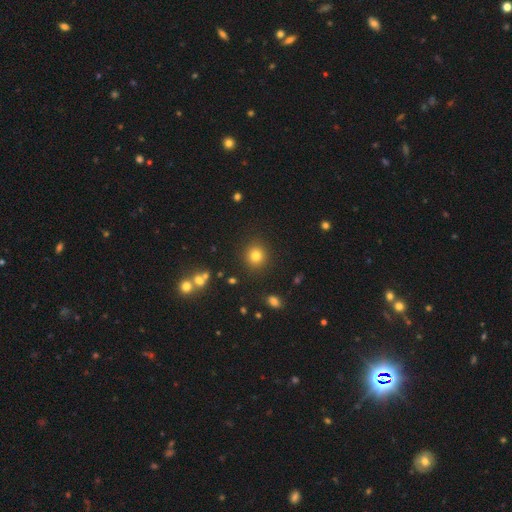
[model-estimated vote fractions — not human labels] Smooth or featured? Predicted: smooth (p=0.79). How rounded? Predicted: round (p=0.91). Merging? Predicted: none (p=0.89).